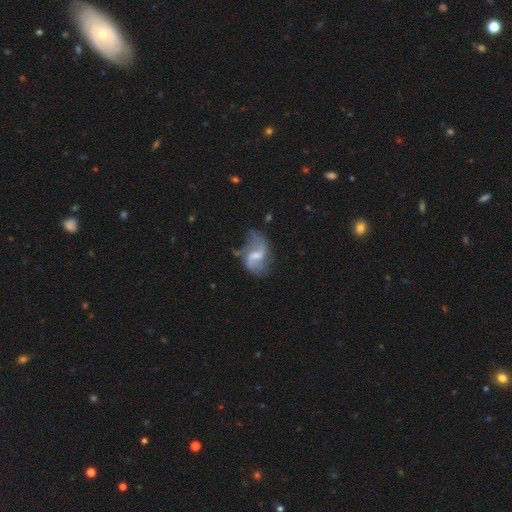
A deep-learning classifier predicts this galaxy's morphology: This appears to be a featured or disk galaxy (82%) with a weak bar (59%), 2 (84%) loose (69%) spiral arms (91%) and a small central bulge (38%). Merging: none (48%).